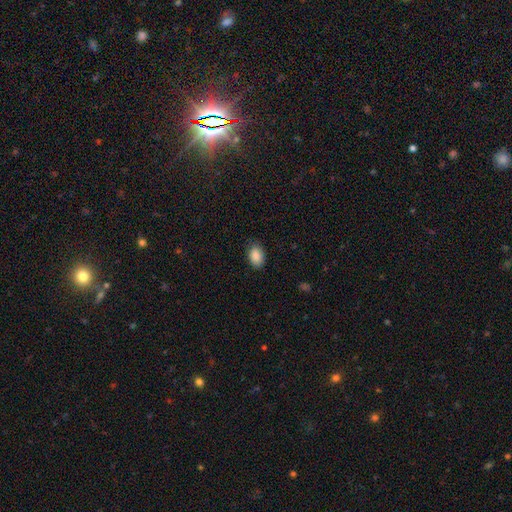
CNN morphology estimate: The model was most divided on "merging": none: 84%, minor disturbance: 12%, major disturbance: 3%, merger: 1%. More confident: smooth or featured — smooth (89%); how rounded — in between (86%).